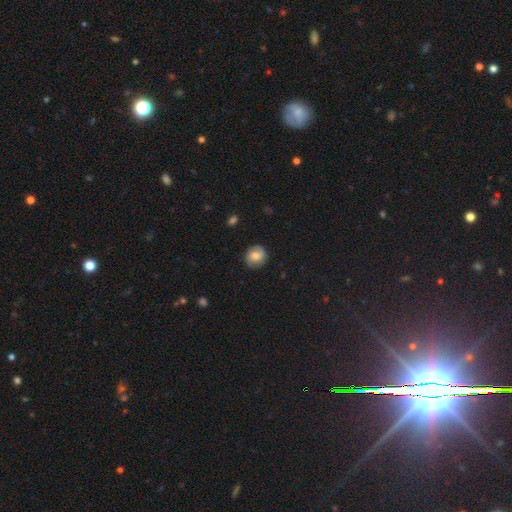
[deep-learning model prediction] smooth-or-featured: smooth: 65% | featured or disk: 27% | star or artifact: 9%
  how-rounded: round: 80% | in between: 19% | cigar-shaped: 1%
  merging: none: 83% | minor disturbance: 12% | major disturbance: 3% | merger: 1%